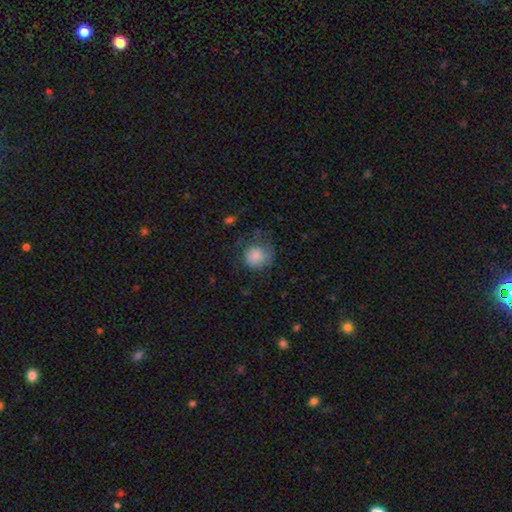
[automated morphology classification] smooth-or-featured: smooth: 79% | featured or disk: 12% | star or artifact: 8%
  how-rounded: round: 86% | in between: 13% | cigar-shaped: 1%
  merging: none: 48% | minor disturbance: 27% | major disturbance: 23% | merger: 2%